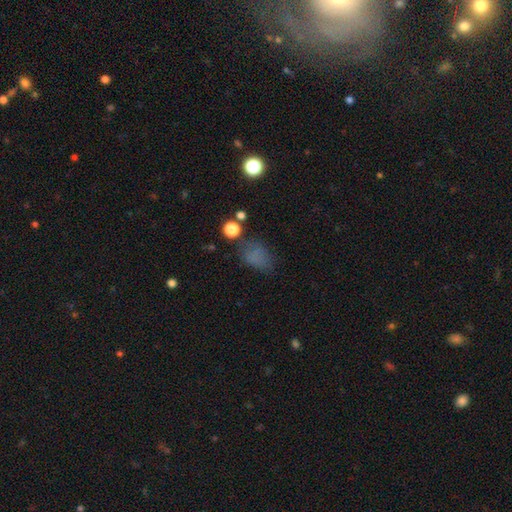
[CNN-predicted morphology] This appears to be a smooth galaxy with no disk features (67%) that is in between round and cigar-shaped (69%). Merging: none (57%).